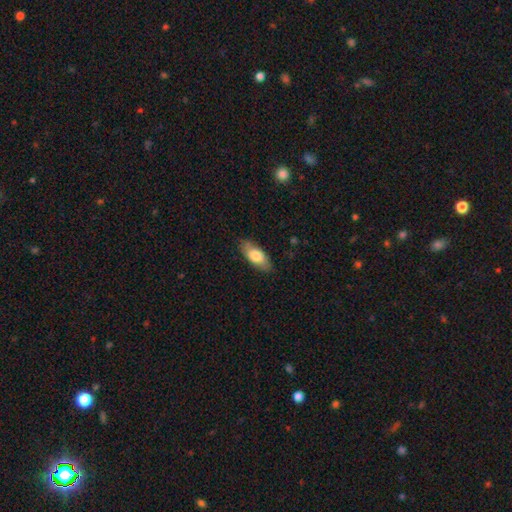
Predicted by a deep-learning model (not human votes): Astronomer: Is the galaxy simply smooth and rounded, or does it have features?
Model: smooth — 78%.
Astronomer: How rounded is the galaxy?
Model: in between — 85%.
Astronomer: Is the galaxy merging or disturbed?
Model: none — 84%.